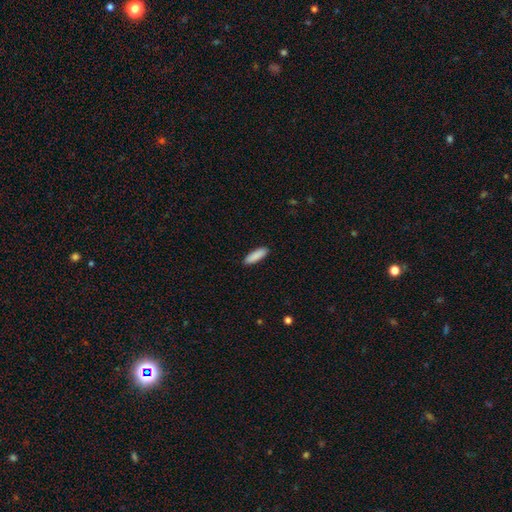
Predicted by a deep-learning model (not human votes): A smooth galaxy with no disk features (90%) that is cigar-shaped (55%). Merging: none (90%).